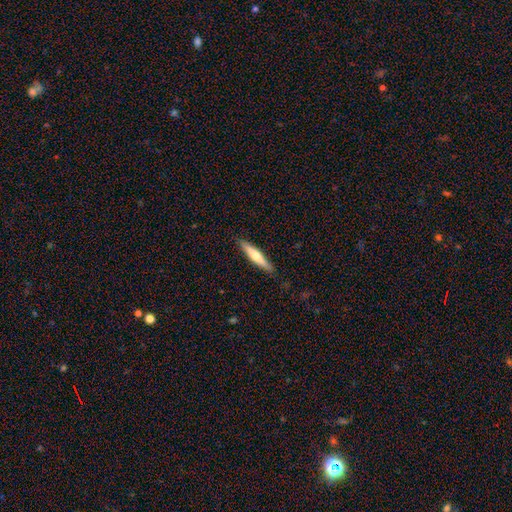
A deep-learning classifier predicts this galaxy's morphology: smooth-or-featured: smooth: 49% | featured or disk: 46% | star or artifact: 5%
  merging: none: 89% | minor disturbance: 8% | major disturbance: 2% | merger: 1%